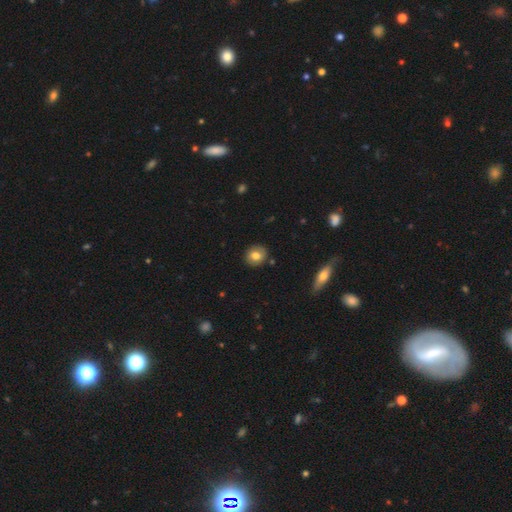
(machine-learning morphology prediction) Overall: smooth (78%). How rounded: round (78%). Merging: none (88%).